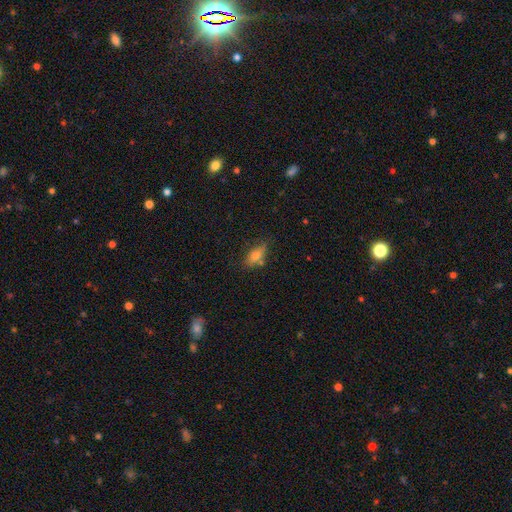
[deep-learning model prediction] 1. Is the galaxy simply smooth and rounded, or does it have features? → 66% smooth, 20% featured or disk, 13% star or artifact.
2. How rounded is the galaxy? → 68% in between, 26% cigar-shaped, 6% round.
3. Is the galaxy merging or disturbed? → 66% none, 21% minor disturbance, 6% merger, 6% major disturbance.